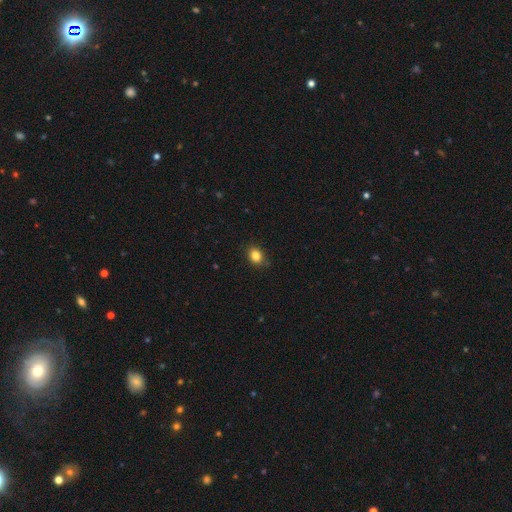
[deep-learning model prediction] Smooth or featured? Predicted: smooth (p=0.85). How rounded? Predicted: in between (p=0.52). Merging? Predicted: none (p=0.84).